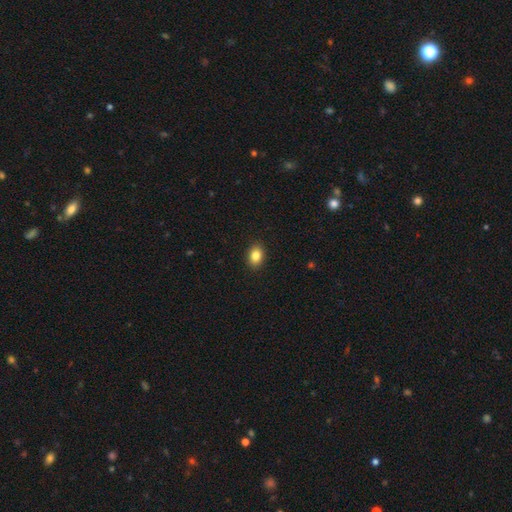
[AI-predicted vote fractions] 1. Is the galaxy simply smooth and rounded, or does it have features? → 85% smooth, 9% star or artifact, 6% featured or disk.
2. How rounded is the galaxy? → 72% in between, 27% round, 1% cigar-shaped.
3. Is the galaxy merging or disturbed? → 90% none, 7% minor disturbance, 2% major disturbance, 1% merger.